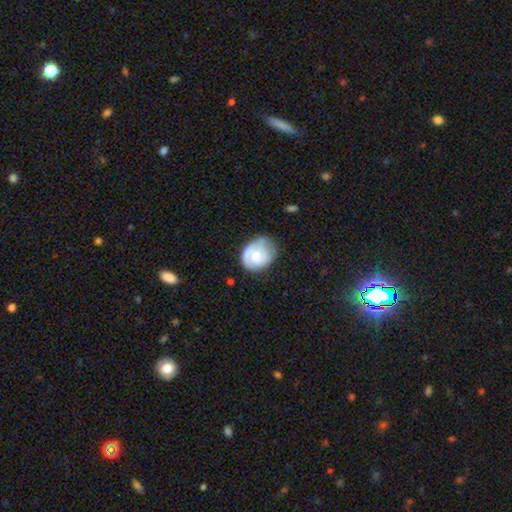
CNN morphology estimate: smooth_or_featured: smooth (p=0.52) [alt: featured or disk p=0.41]
how_rounded: round (p=0.55) [alt: in between p=0.45]
merging: none (p=0.52) [alt: minor disturbance p=0.32]